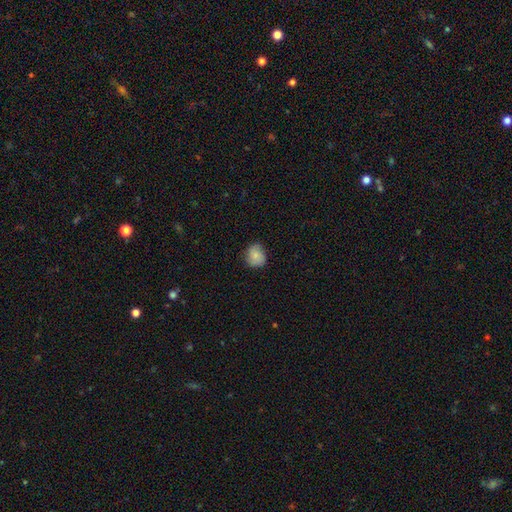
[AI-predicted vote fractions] The model was most divided on "how rounded": round: 72%, in between: 27%, cigar-shaped: 1%. More confident: smooth or featured — smooth (81%); merging — none (72%).